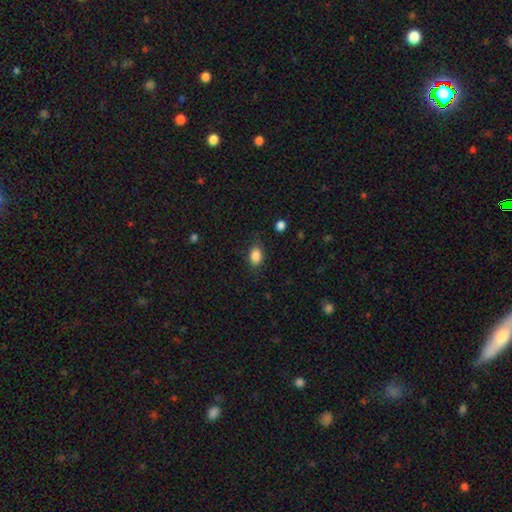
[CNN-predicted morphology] Q: Smooth or featured?
A: smooth (87%); runner-up: star or artifact (9%)
Q: How rounded?
A: in between (76%); runner-up: round (23%)
Q: Merging?
A: none (78%); runner-up: minor disturbance (16%)